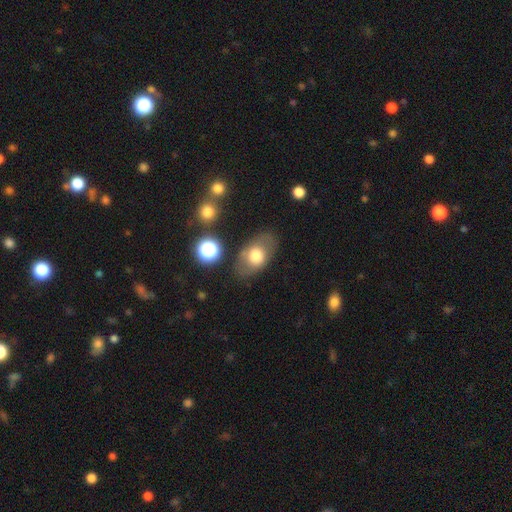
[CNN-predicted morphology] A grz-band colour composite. It shows a smooth galaxy with no disk features (68%) that is in between round and cigar-shaped (82%). Merging: none (74%).